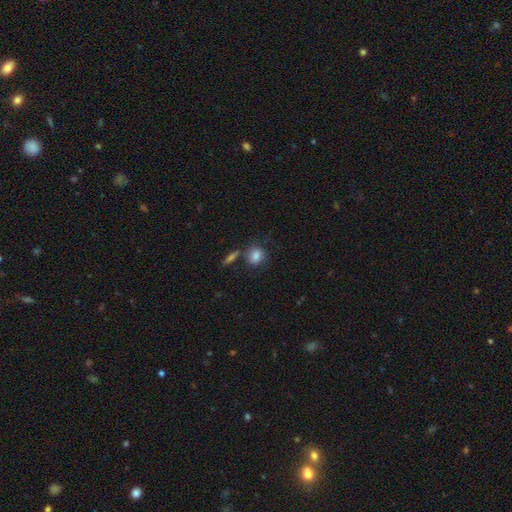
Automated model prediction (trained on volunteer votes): smooth-or-featured: smooth: 81% | star or artifact: 9% | featured or disk: 9%
  how-rounded: round: 53% | in between: 44% | cigar-shaped: 3%
  merging: none: 62% | minor disturbance: 18% | merger: 13% | major disturbance: 7%